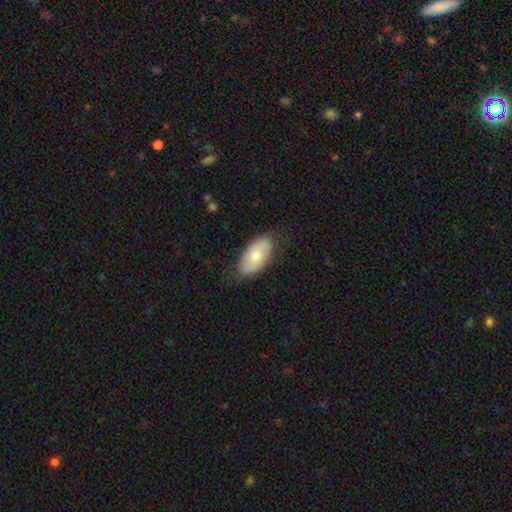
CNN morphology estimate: A smooth galaxy with no disk features (65%) that is in between round and cigar-shaped (93%). Merging: none (75%).